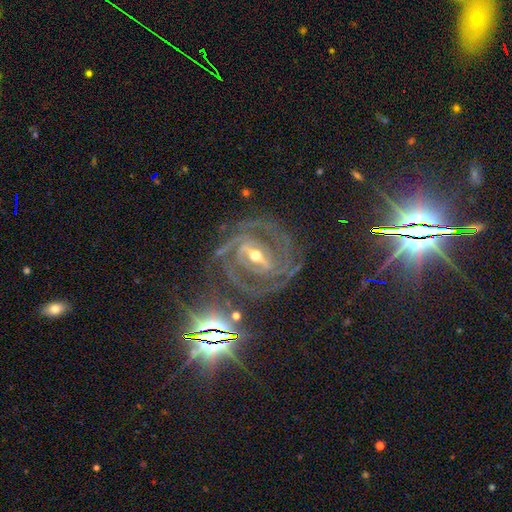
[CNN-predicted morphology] Smooth or featured?
  - featured or disk: 90% *
  - star or artifact: 6%
  - smooth: 4%
Edge-on disk?
  - no: 96% *
  - yes: 4%
Bar?
  - strong: 69% *
  - weak: 23%
  - no: 8%
Spiral arms?
  - yes: 97% *
  - no: 3%
Spiral winding?
  - tight: 67% *
  - medium: 28%
  - loose: 5%
Spiral arm count?
  - 2: 33% *
  - 3: 27%
  - can't tell: 15%
  - 4: 13%
  - more than 4: 7%
  - 1: 6%
Bulge size?
  - moderate: 61% *
  - small: 34%
  - large: 4%
  - none: 1%
  - dominant: 1%
Merging?
  - none: 71% *
  - minor disturbance: 15%
  - major disturbance: 10%
  - merger: 4%